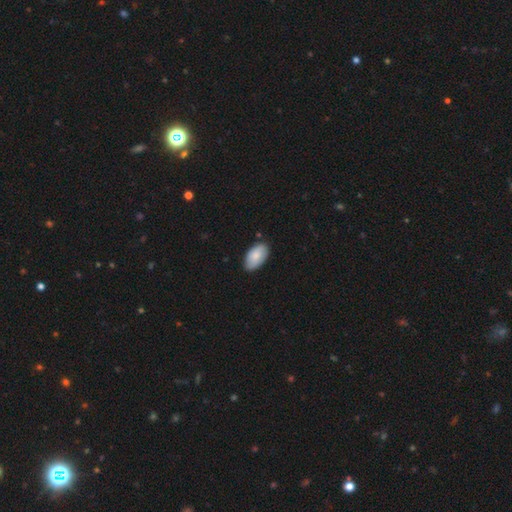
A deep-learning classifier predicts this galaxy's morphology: Smooth or featured: smooth — 80% (featured or disk — 14%)
How rounded: in between — 95% (round — 3%)
Merging: none — 82% (minor disturbance — 15%)